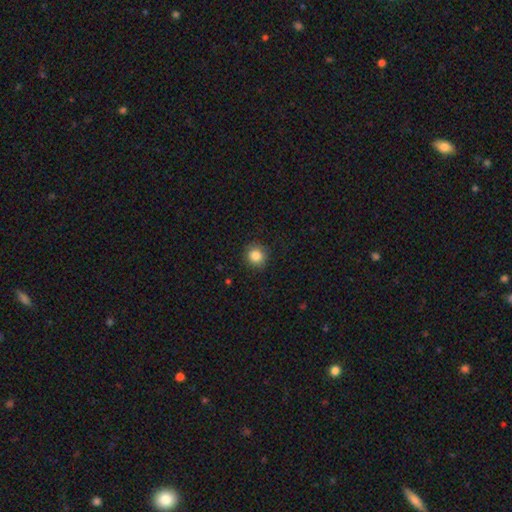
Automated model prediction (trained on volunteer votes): Smooth or featured: smooth — 84% (star or artifact — 11%)
How rounded: round — 90% (in between — 9%)
Merging: none — 89% (minor disturbance — 8%)